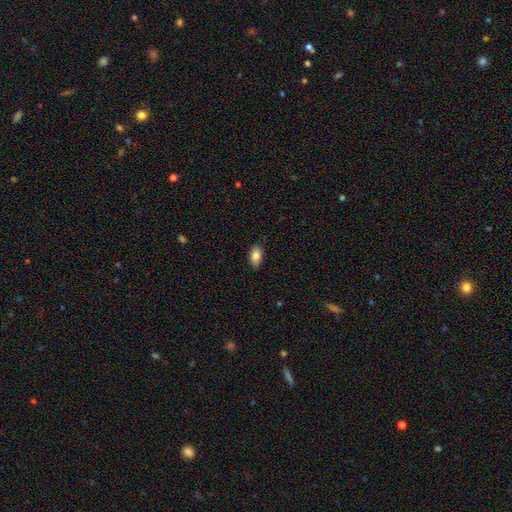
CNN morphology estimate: A smooth galaxy with no disk features (85%) that is in between round and cigar-shaped (91%). Merging: none (84%).